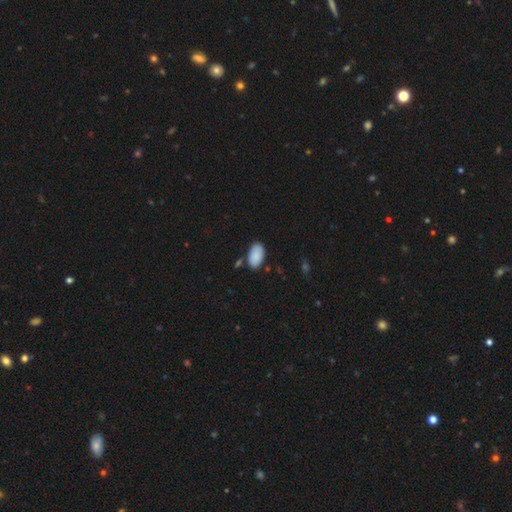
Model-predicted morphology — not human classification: This appears to be a smooth galaxy with no disk features (89%) that is in between round and cigar-shaped (96%). Merging: none (76%).